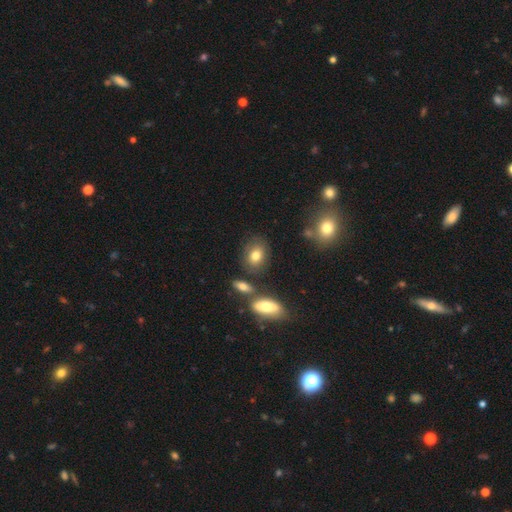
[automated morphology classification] Smooth or featured? Predicted: smooth (p=0.77). How rounded? Predicted: in between (p=0.67). Merging? Predicted: none (p=0.73).